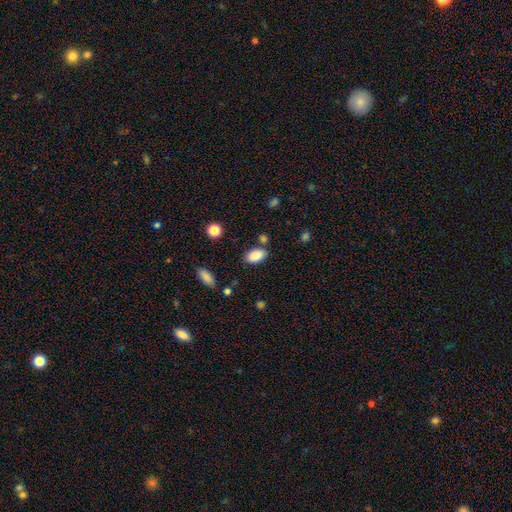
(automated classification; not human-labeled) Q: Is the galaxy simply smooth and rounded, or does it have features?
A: smooth — 87%.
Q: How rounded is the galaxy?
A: in between — 92%.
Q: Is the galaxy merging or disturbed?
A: none — 78%.